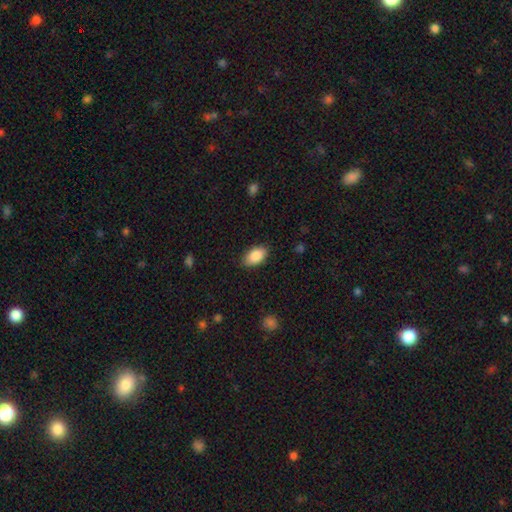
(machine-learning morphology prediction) type=smooth (88%); roundness=in between (93%); merging=none (84%).